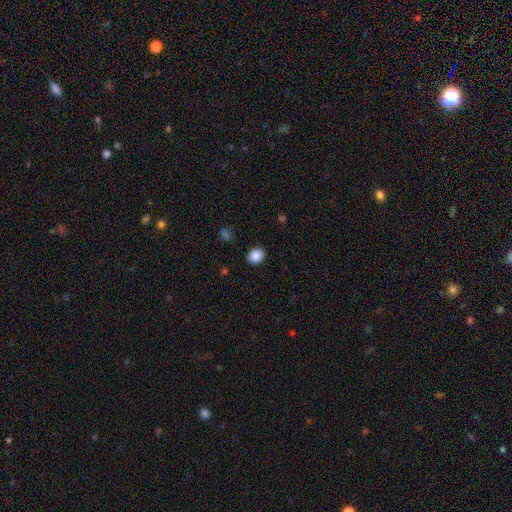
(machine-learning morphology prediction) A smooth galaxy with no disk features (88%) that is round (59%). Merging: none (89%).